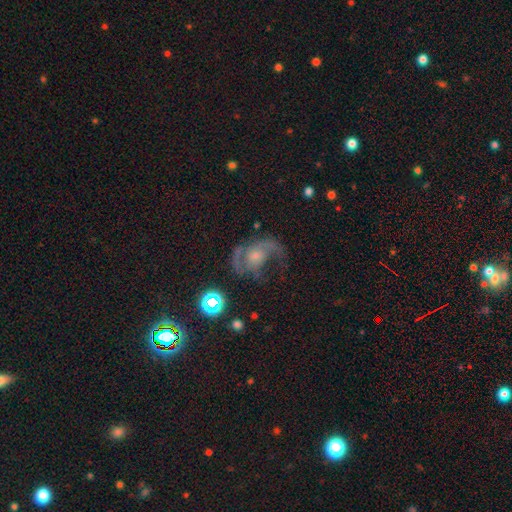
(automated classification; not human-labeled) A featured or disk galaxy (76%) with no bar (70%), 2 (67%) medium (45%) spiral arms (89%) and a small central bulge (48%).

Vote fractions:
- Smooth or featured? featured or disk: 76% / smooth: 14% / star or artifact: 10%
- Edge-on disk? no: 97% / yes: 3%
- Bar? no: 70% / weak: 25% / strong: 5%
- Spiral arms? yes: 89% / no: 11%
- Spiral winding? medium: 45% / loose: 41% / tight: 14%
- Spiral arm count? 2: 67% / 1: 20% / can't tell: 7% / 3: 2% / 4: 1% / more than 4: 1%
- Bulge size? small: 48% / moderate: 32% / none: 11% / large: 7% / dominant: 2%
- Merging? none: 45% / major disturbance: 33% / minor disturbance: 19% / merger: 3%